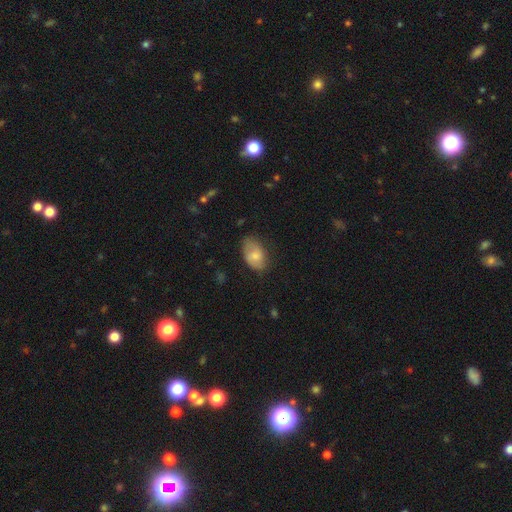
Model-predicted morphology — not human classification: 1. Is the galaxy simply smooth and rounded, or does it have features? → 64% smooth, 29% featured or disk, 7% star or artifact.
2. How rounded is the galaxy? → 90% in between, 9% round, 1% cigar-shaped.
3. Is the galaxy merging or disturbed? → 64% none, 28% minor disturbance, 7% major disturbance, 1% merger.